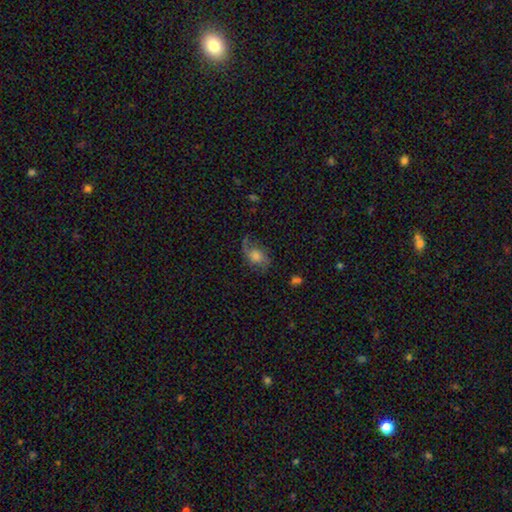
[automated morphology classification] Smooth or featured: featured or disk — 54% (smooth — 34%)
Edge-on disk: no — 95% (yes — 5%)
Bar: no — 69% (weak — 26%)
Spiral arms: yes — 87% (no — 13%)
Bulge size: moderate — 38% (large — 31%)
Merging: none — 61% (minor disturbance — 23%)